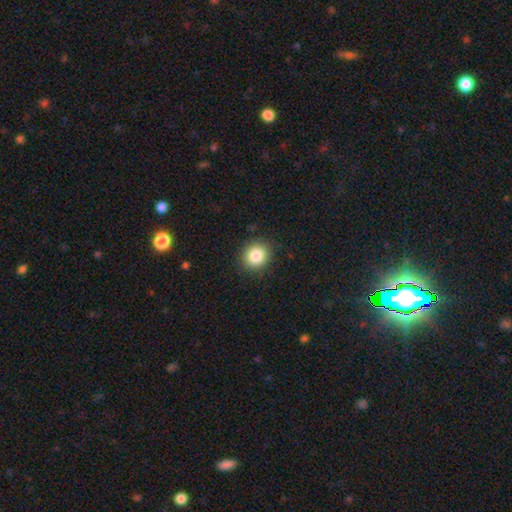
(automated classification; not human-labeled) Smooth or featured?
  - smooth: 85% *
  - star or artifact: 10%
  - featured or disk: 5%
How rounded?
  - round: 82% *
  - in between: 17%
  - cigar-shaped: 1%
Merging?
  - none: 89% *
  - minor disturbance: 8%
  - major disturbance: 2%
  - merger: 1%